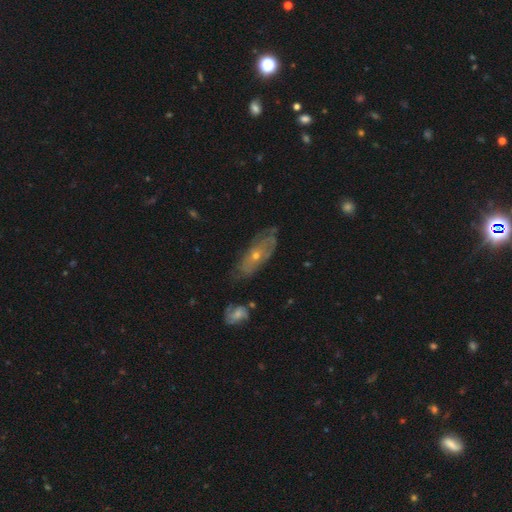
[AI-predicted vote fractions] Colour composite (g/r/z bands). It shows a featured or disk galaxy (61%). Merging: none (62%).